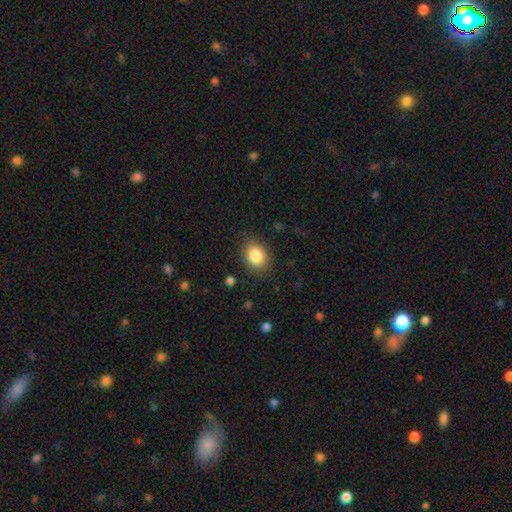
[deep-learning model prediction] This appears to be a smooth galaxy with no disk features (85%) that is in between round and cigar-shaped (57%). Merging: none (85%).